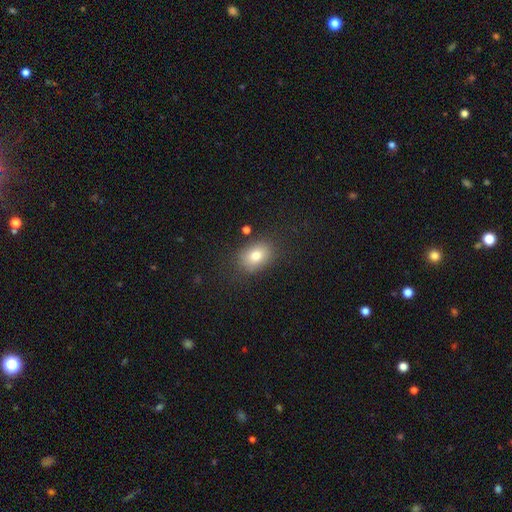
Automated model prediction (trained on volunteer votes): A smooth galaxy with no disk features (79%) that is in between round and cigar-shaped (70%).

Vote fractions:
- Smooth or featured? smooth: 79% / featured or disk: 11% / star or artifact: 10%
- How rounded? in between: 70% / round: 29% / cigar-shaped: 1%
- Merging? none: 80% / minor disturbance: 13% / major disturbance: 4% / merger: 3%